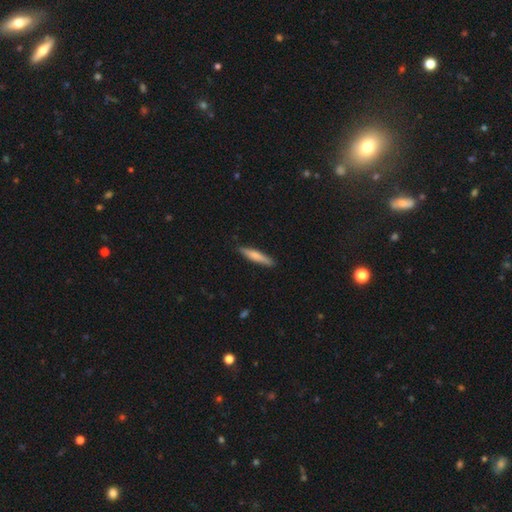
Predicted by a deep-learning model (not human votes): This appears to be a smooth galaxy with no disk features (71%) that is cigar-shaped (89%). Merging: none (87%).